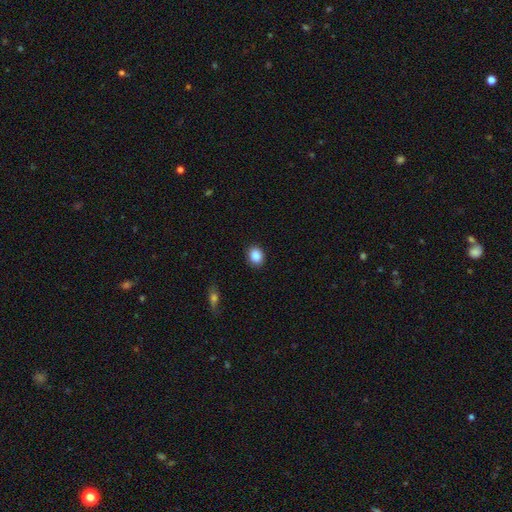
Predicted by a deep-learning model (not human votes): Morphology: type=smooth (88%); roundness=round (56%); merging=none (89%).